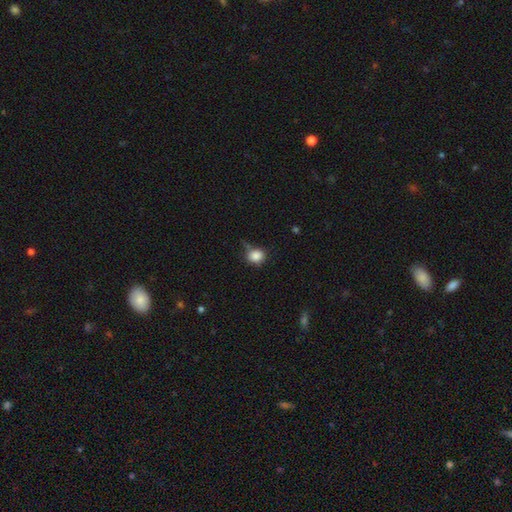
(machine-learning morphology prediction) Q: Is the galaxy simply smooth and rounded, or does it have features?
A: smooth — 85%.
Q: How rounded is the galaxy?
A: round — 78%.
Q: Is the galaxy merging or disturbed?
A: none — 57%.